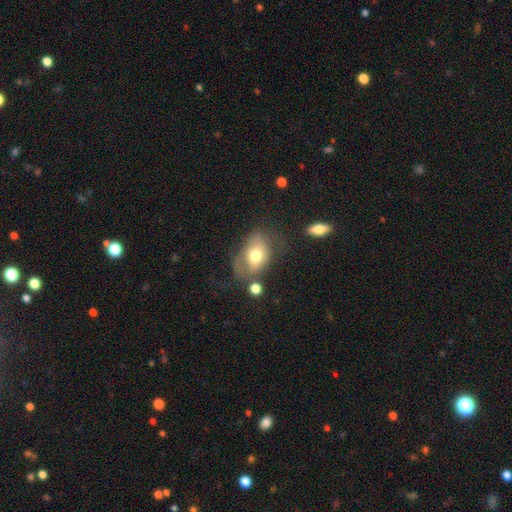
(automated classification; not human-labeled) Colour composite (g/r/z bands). It shows a smooth galaxy with no disk features (61%) that is in between round and cigar-shaped (83%). Merging: none (36%).